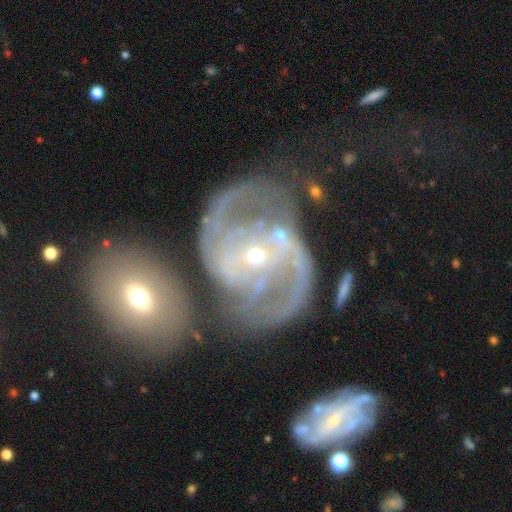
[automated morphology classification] smooth-or-featured: featured or disk: 90% | star or artifact: 6% | smooth: 4%
  disk-edge-on: no: 97% | yes: 3%
    bar: no: 42% | weak: 35% | strong: 23%
    has-spiral-arms: yes: 97% | no: 3%
      spiral-winding: medium: 55% | tight: 26% | loose: 19%
      spiral-arm-count: 2: 82% | 3: 6% | can't tell: 6% | 1: 2% | 4: 2% | more than 4: 2%
    bulge-size: small: 74% | moderate: 23% | large: 1% | none: 1% | dominant: 1%
  merging: none: 50% | minor disturbance: 20% | major disturbance: 15% | merger: 15%